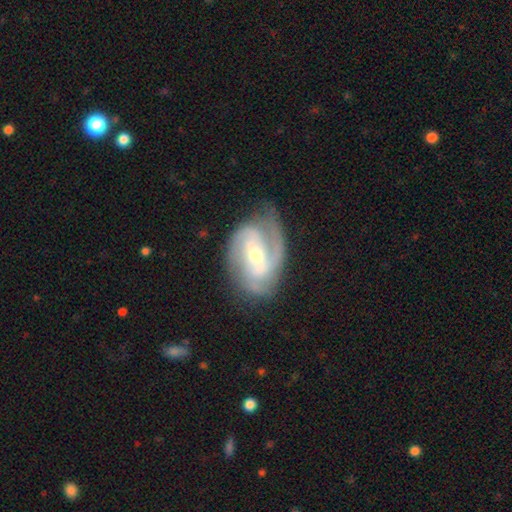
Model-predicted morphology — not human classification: Smooth or featured: featured or disk — 88% (smooth — 8%)
Edge-on disk: no — 97% (yes — 3%)
Bar: weak — 42% (strong — 35%)
Spiral arms: yes — 96% (no — 4%)
Spiral winding: medium — 47% (tight — 39%)
Spiral arm count: 2 — 52% (3 — 26%)
Bulge size: moderate — 54% (small — 41%)
Merging: none — 67% (minor disturbance — 21%)